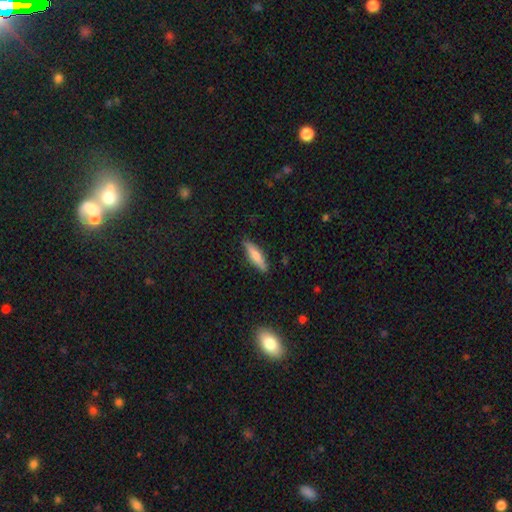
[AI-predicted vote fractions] smooth-or-featured: smooth: 70% | featured or disk: 24% | star or artifact: 6%
  how-rounded: cigar-shaped: 76% | in between: 22% | round: 2%
  merging: none: 87% | minor disturbance: 9% | major disturbance: 2% | merger: 1%